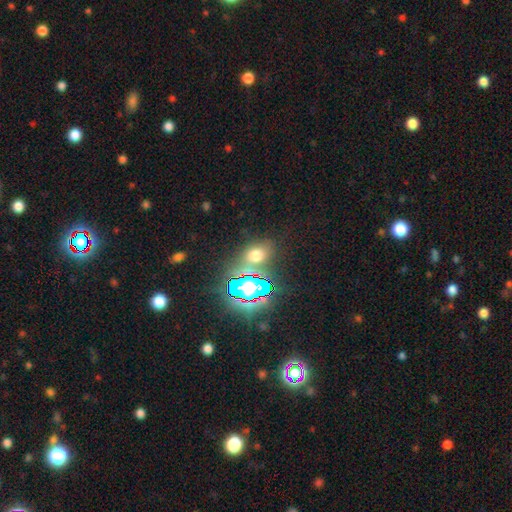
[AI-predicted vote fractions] smooth_or_featured: smooth (p=0.51) [alt: star or artifact p=0.39]
how_rounded: in between (p=0.62) [alt: round p=0.35]
merging: none (p=0.71) [alt: minor disturbance p=0.12]